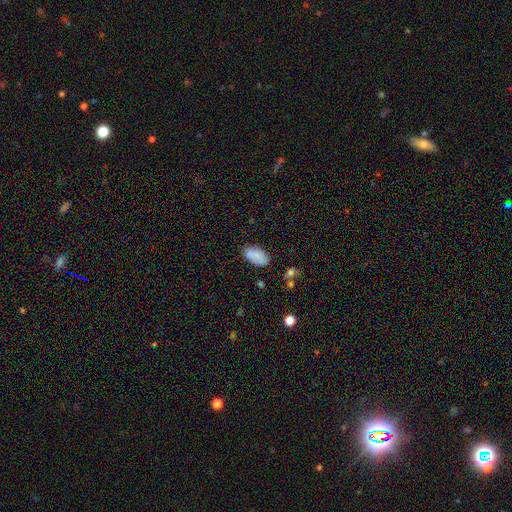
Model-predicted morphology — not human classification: smooth-or-featured: smooth: 84% | featured or disk: 8% | star or artifact: 8%
  how-rounded: in between: 94% | round: 3% | cigar-shaped: 3%
  merging: none: 74% | minor disturbance: 18% | merger: 5% | major disturbance: 4%